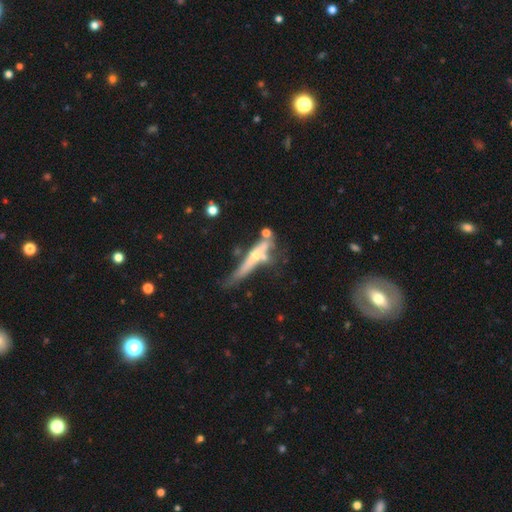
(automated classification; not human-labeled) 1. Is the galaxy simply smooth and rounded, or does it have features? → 61% featured or disk, 30% smooth, 9% star or artifact.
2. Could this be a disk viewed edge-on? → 78% yes, 22% no.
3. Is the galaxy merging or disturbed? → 32% none, 25% minor disturbance, 22% merger, 21% major disturbance.